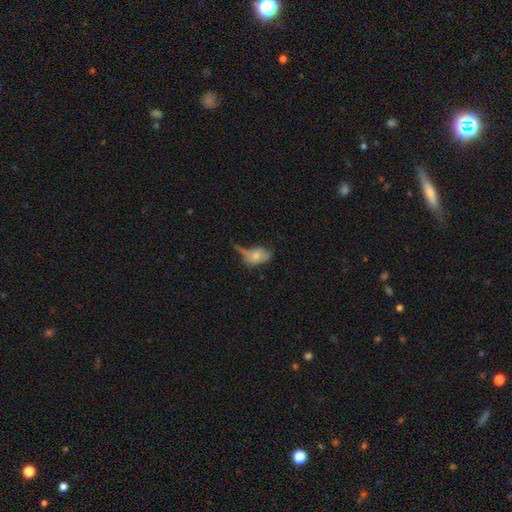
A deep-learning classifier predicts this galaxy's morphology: This is likely a smooth galaxy (67%). How rounded: clearly in between (87%). Merging: marginally none (29%).